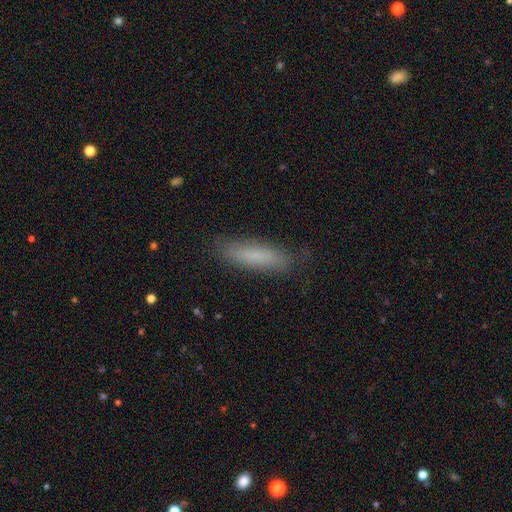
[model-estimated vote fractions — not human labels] A smooth galaxy with no disk features (79%) that is cigar-shaped (69%). Merging: none (83%).